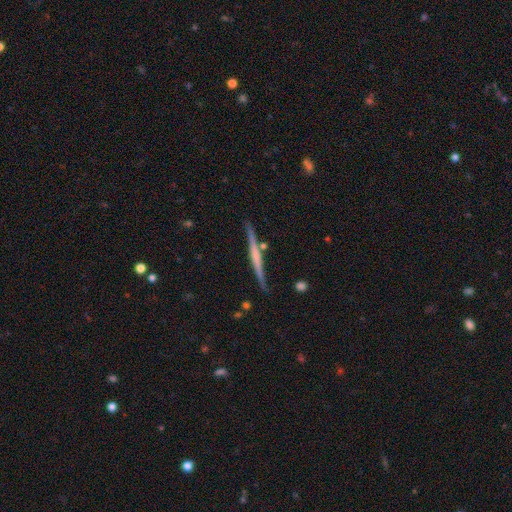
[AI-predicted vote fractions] Smooth or featured: featured or disk — 68% (smooth — 27%)
Edge-on disk: yes — 98% (no — 2%)
Edge-on bulge: none — 54% (rounded — 30%)
Merging: none — 86% (minor disturbance — 9%)